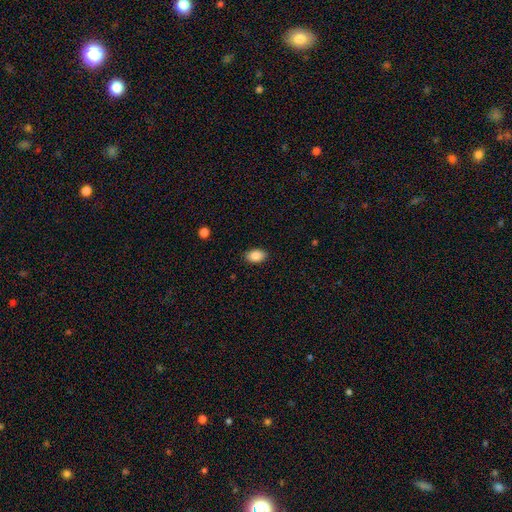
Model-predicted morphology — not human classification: Smooth or featured? smooth (88%)
How rounded? in between (87%)
Merging? none (88%)